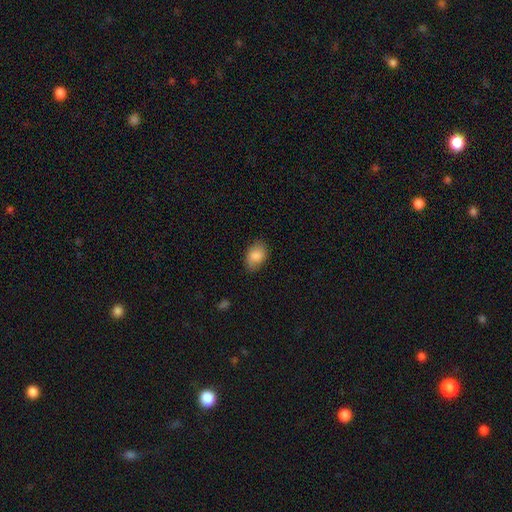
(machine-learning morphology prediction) Smooth or featured?
  - smooth: 85% *
  - featured or disk: 8%
  - star or artifact: 7%
How rounded?
  - in between: 84% *
  - round: 15%
  - cigar-shaped: 1%
Merging?
  - none: 80% *
  - minor disturbance: 16%
  - major disturbance: 3%
  - merger: 1%